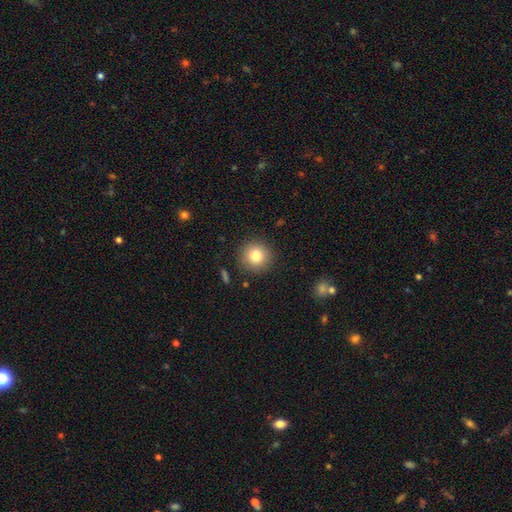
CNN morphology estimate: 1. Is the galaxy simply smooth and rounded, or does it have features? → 81% smooth, 10% star or artifact, 8% featured or disk.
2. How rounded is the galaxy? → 94% round, 5% in between, 1% cigar-shaped.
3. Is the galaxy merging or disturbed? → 88% none, 7% minor disturbance, 3% major disturbance, 2% merger.